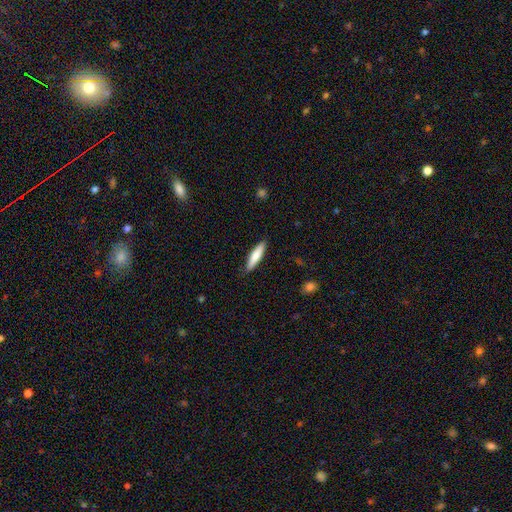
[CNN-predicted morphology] Q: Smooth or featured?
A: smooth (75%); runner-up: featured or disk (20%)
Q: How rounded?
A: cigar-shaped (81%); runner-up: in between (18%)
Q: Merging?
A: none (87%); runner-up: minor disturbance (10%)